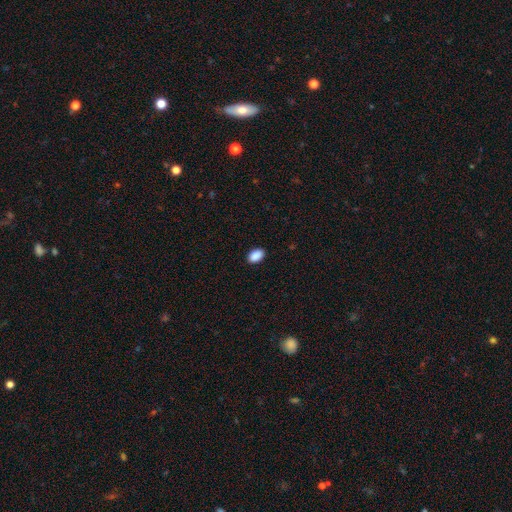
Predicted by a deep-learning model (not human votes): A smooth galaxy with no disk features (90%) that is in between round and cigar-shaped (90%).

Vote fractions:
- Smooth or featured? smooth: 90% / star or artifact: 7% / featured or disk: 2%
- How rounded? in between: 90% / round: 9% / cigar-shaped: 1%
- Merging? none: 90% / minor disturbance: 7% / major disturbance: 2% / merger: 1%